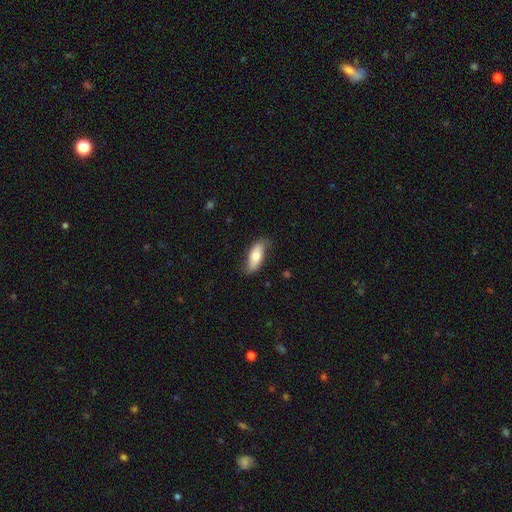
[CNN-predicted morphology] A smooth galaxy with no disk features (69%) that is in between round and cigar-shaped (75%).

Vote fractions:
- Smooth or featured? smooth: 69% / featured or disk: 25% / star or artifact: 6%
- How rounded? in between: 75% / cigar-shaped: 22% / round: 2%
- Merging? none: 74% / minor disturbance: 21% / major disturbance: 4% / merger: 1%